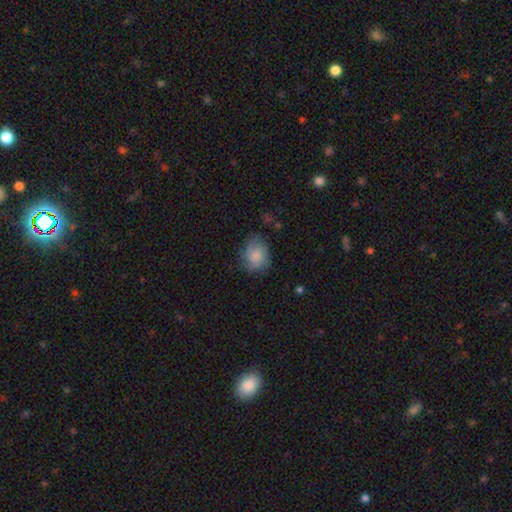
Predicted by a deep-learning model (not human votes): A smooth galaxy with no disk features (76%) that is round (50%). Merging: none (66%).